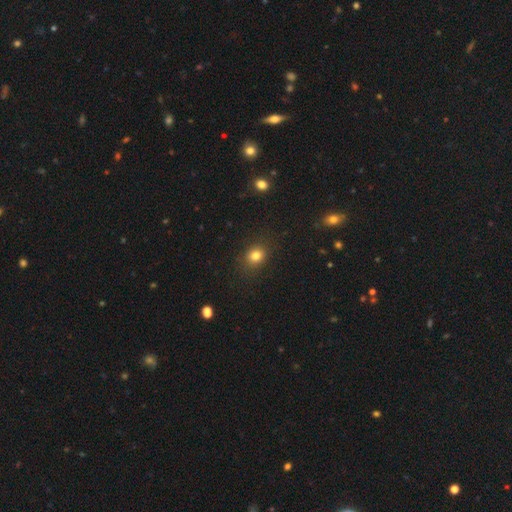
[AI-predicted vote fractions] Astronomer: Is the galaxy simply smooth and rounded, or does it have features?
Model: smooth — 81%.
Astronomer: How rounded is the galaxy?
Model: round — 57% (runner-up: in between, 42%).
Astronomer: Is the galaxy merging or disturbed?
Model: none — 84%.